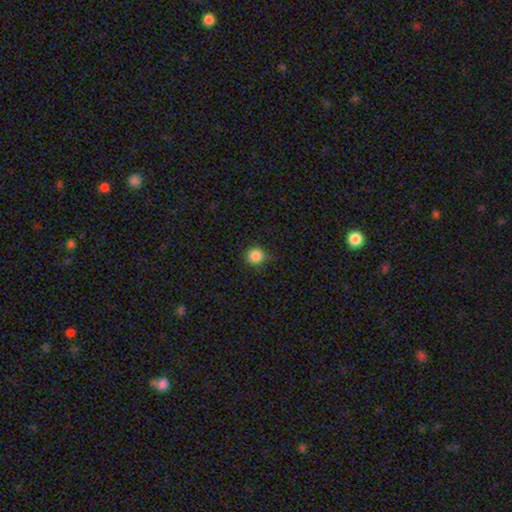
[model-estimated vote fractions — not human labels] smooth-or-featured: smooth: 85% | star or artifact: 11% | featured or disk: 4%
  how-rounded: round: 93% | in between: 6% | cigar-shaped: 1%
  merging: none: 79% | minor disturbance: 16% | major disturbance: 3% | merger: 1%